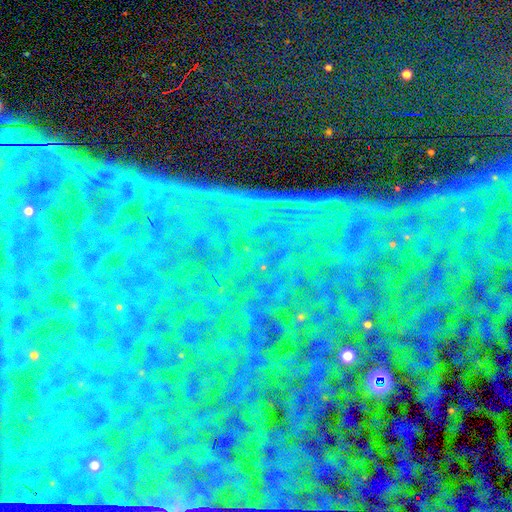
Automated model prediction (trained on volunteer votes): This is clearly a star or artifact rather than a galaxy (87%).